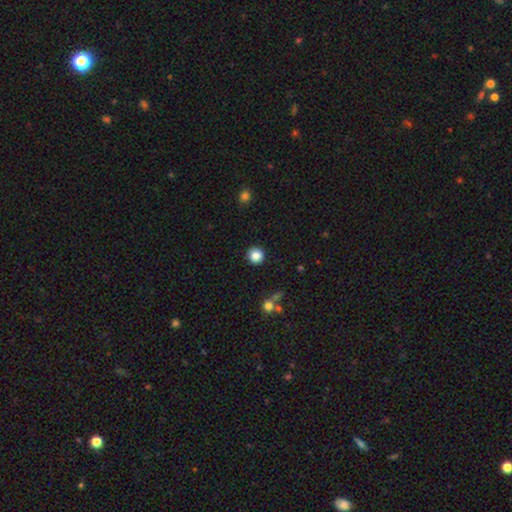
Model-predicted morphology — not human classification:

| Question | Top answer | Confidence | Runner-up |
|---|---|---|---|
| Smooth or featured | smooth | 86% | star or artifact (10%) |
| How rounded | round | 95% | in between (4%) |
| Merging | none | 91% | minor disturbance (5%) |